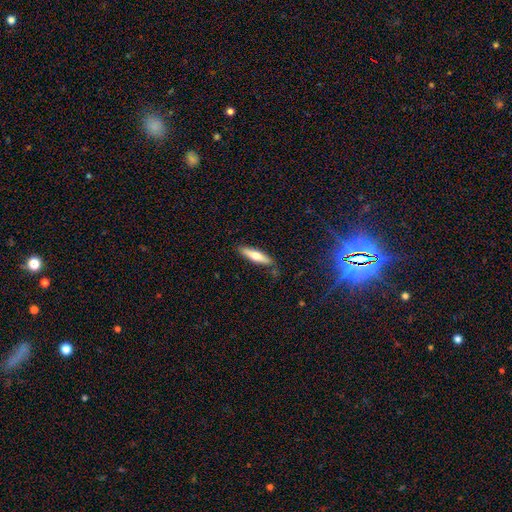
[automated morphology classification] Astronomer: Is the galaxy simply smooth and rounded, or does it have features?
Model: smooth — 62%.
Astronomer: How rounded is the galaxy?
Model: cigar-shaped — 76%.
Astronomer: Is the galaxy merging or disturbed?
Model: none — 81%.